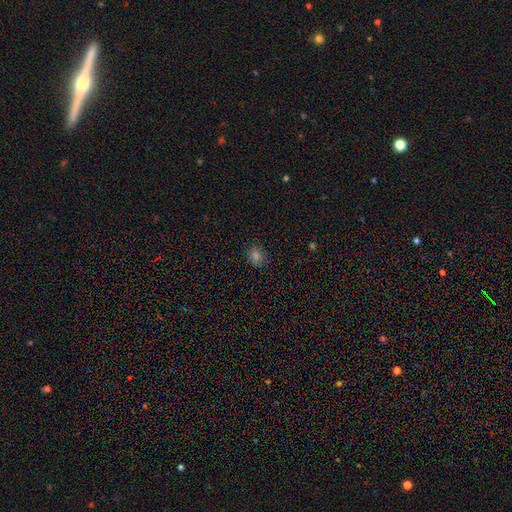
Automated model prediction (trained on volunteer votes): Smooth or featured?
  - smooth: 68% *
  - star or artifact: 24%
  - featured or disk: 8%
How rounded?
  - round: 65% *
  - in between: 34%
  - cigar-shaped: 1%
Merging?
  - none: 82% *
  - minor disturbance: 13%
  - major disturbance: 3%
  - merger: 1%